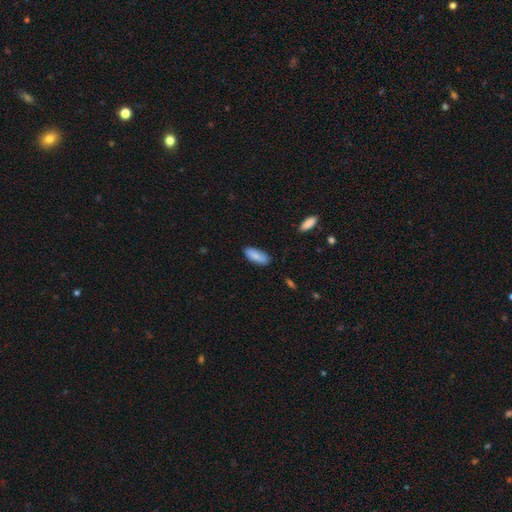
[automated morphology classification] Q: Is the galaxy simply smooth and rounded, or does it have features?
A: smooth — 84%.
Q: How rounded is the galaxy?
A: in between — 74%.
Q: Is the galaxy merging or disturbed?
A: none — 83%.